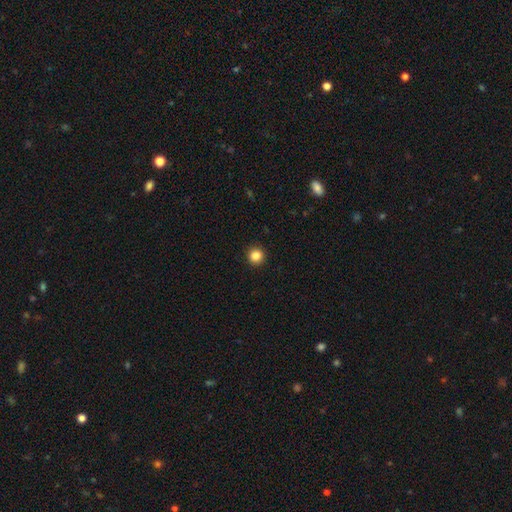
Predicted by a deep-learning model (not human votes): Q: Smooth or featured?
A: smooth (86%); runner-up: star or artifact (11%)
Q: How rounded?
A: round (95%); runner-up: in between (4%)
Q: Merging?
A: none (93%); runner-up: minor disturbance (4%)